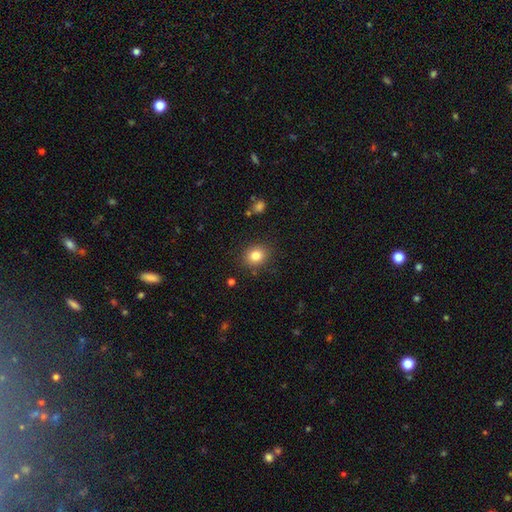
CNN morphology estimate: Overall: smooth (82%). How rounded: round (64%; in between 35%). Merging: none (86%).